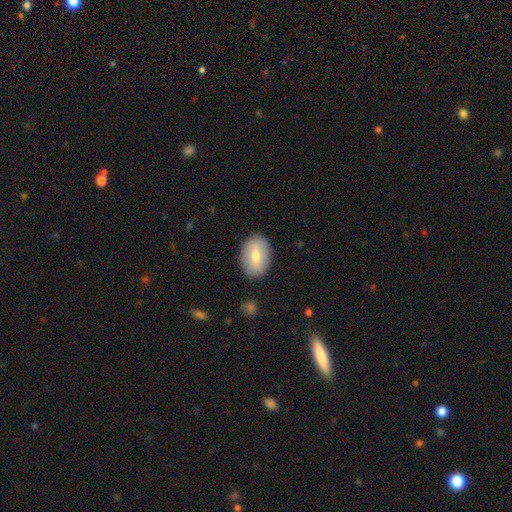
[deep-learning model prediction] Smooth or featured? smooth (71%)
How rounded? in between (82%)
Merging? none (86%)